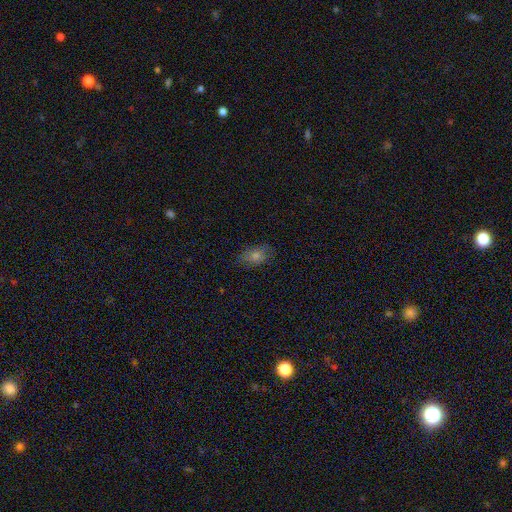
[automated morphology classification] Q: Smooth or featured?
A: smooth (70%); runner-up: featured or disk (16%)
Q: How rounded?
A: in between (84%); runner-up: round (12%)
Q: Merging?
A: none (80%); runner-up: minor disturbance (16%)